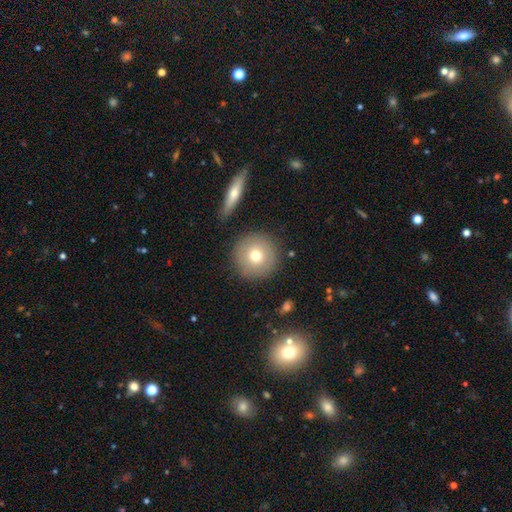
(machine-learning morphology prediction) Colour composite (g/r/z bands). It shows a smooth galaxy with no disk features (71%) that is round (95%). Merging: none (86%).